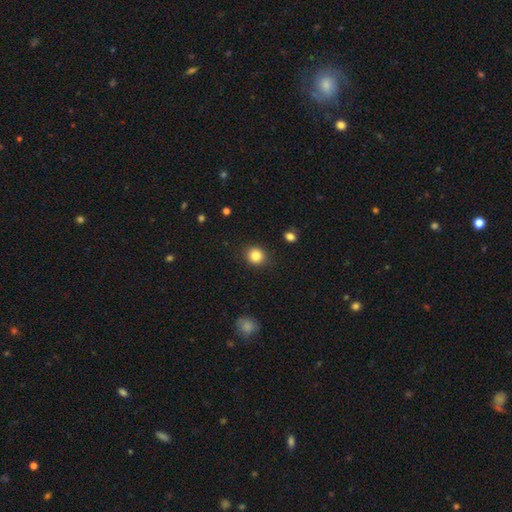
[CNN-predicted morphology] Smooth or featured: smooth — 84% (star or artifact — 11%)
How rounded: round — 87% (in between — 12%)
Merging: none — 90% (minor disturbance — 7%)